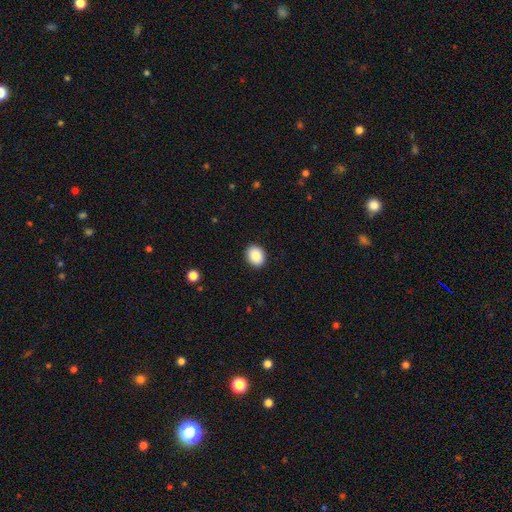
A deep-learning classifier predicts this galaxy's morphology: Smooth or featured: smooth — 88% (star or artifact — 8%)
How rounded: in between — 54% (round — 45%)
Merging: none — 91% (minor disturbance — 6%)